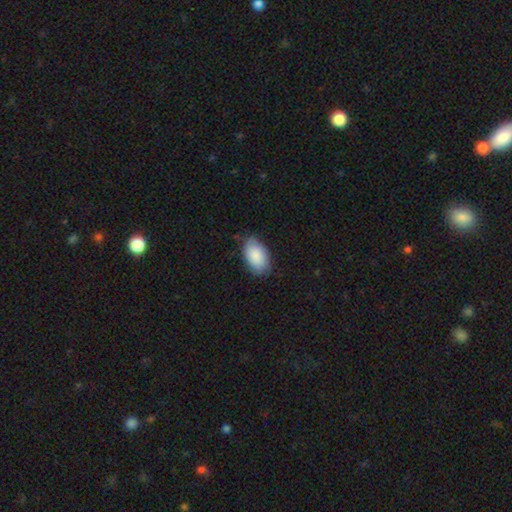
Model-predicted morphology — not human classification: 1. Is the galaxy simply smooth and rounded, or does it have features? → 87% smooth, 7% featured or disk, 6% star or artifact.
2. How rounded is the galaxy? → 94% in between, 5% round, 1% cigar-shaped.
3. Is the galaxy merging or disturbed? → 76% none, 20% minor disturbance, 3% major disturbance, 1% merger.